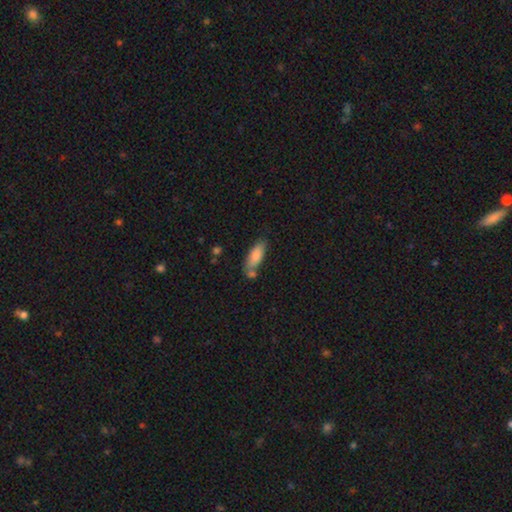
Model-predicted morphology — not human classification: smooth 80%, featured or disk 14%, star or artifact 7%. Down the decision tree: how rounded — in between (66%); merging — none (59%).